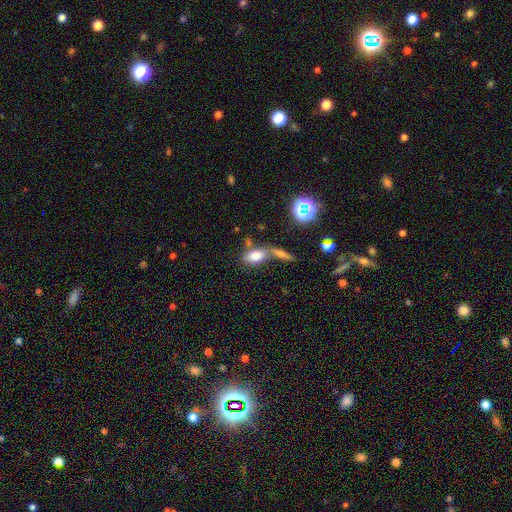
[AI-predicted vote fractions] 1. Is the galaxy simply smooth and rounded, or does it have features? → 75% smooth, 13% featured or disk, 11% star or artifact.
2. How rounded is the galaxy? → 87% in between, 7% round, 7% cigar-shaped.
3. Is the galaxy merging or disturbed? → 44% merger, 39% none, 11% minor disturbance, 6% major disturbance.